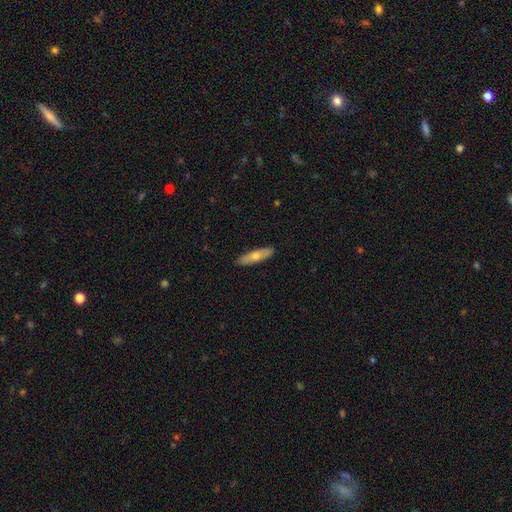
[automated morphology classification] Q: Smooth or featured?
A: smooth (59%); runner-up: featured or disk (35%)
Q: How rounded?
A: cigar-shaped (70%); runner-up: in between (28%)
Q: Merging?
A: none (90%); runner-up: minor disturbance (8%)